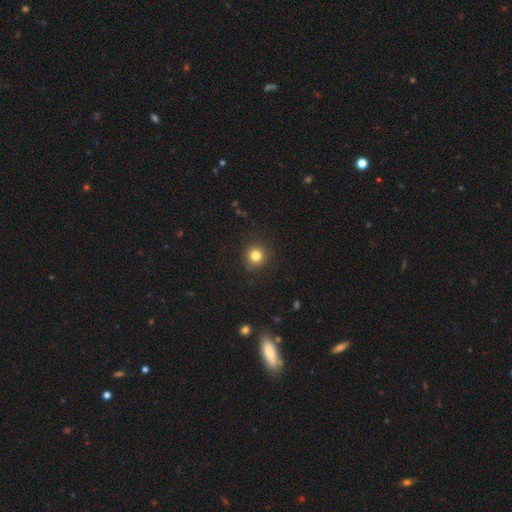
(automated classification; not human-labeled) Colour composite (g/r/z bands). It shows a smooth galaxy with no disk features (82%) that is round (93%). Merging: none (90%).